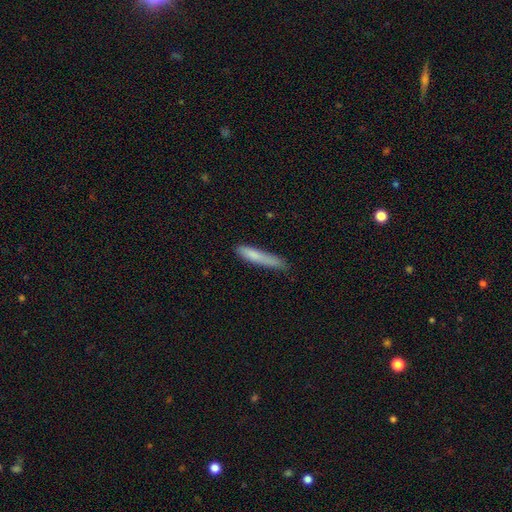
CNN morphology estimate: The model was most divided on "merging": none: 65%, minor disturbance: 27%, major disturbance: 6%, merger: 3%. More confident: how rounded — cigar-shaped (91%); smooth or featured — smooth (79%).